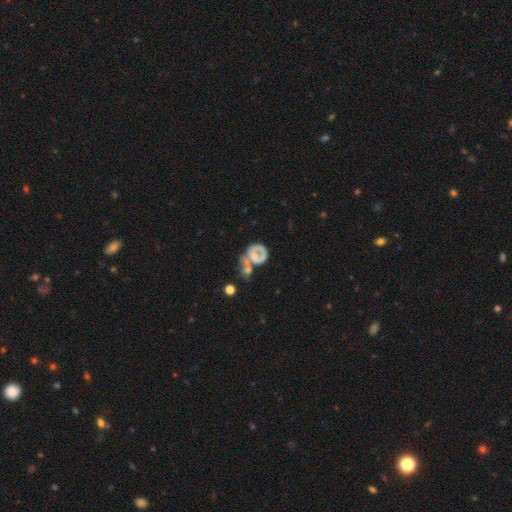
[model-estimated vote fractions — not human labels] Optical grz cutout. It shows a featured or disk galaxy (50%). Merging: merger (35%).